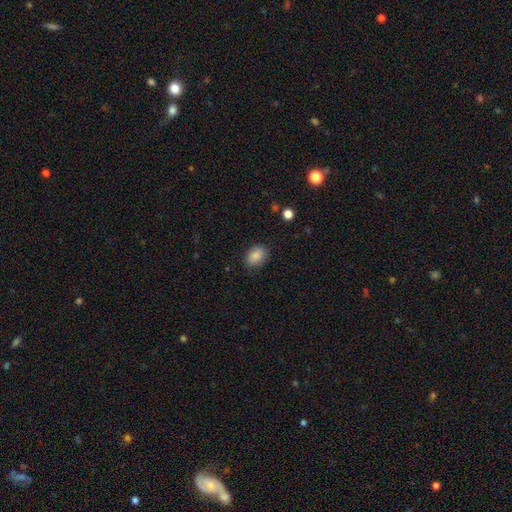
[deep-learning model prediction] A smooth galaxy with no disk features (87%) that is in between round and cigar-shaped (75%). Merging: none (81%).